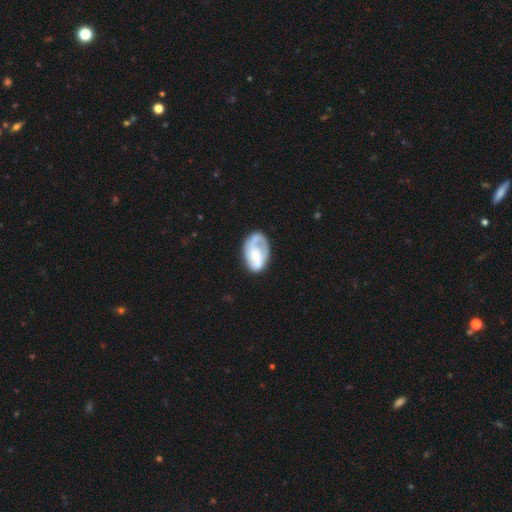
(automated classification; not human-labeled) Smooth or featured? featured or disk (57%)
Edge-on disk? no (96%)
Bar? no (56%)
Spiral arms? yes (69%)
Bulge size? moderate (43%)
Merging? none (51%)